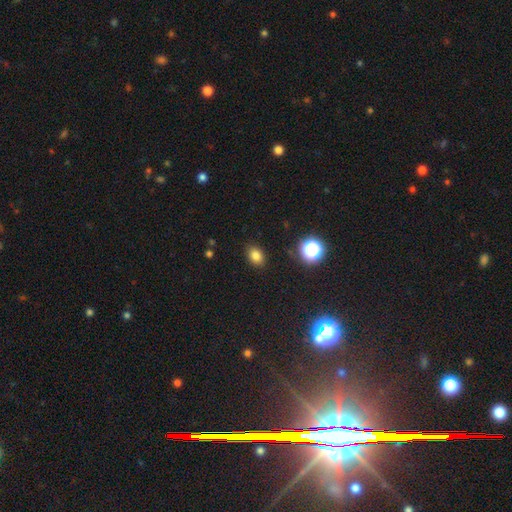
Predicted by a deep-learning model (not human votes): Morphology: type=smooth (80%); roundness=in between (67%); merging=none (87%).